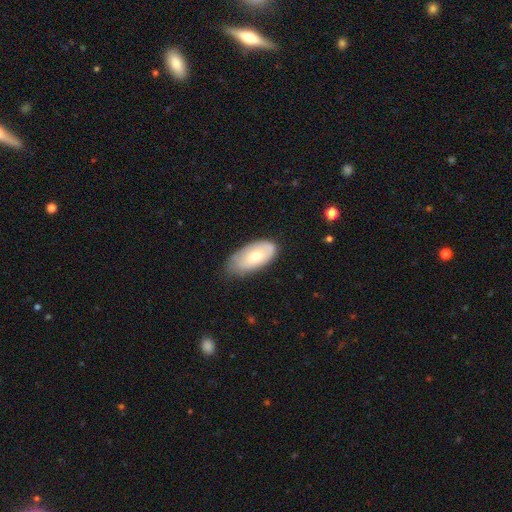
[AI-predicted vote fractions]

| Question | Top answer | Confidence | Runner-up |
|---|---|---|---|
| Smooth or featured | smooth | 65% | featured or disk (30%) |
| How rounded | in between | 94% | cigar-shaped (4%) |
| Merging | none | 58% | minor disturbance (33%) |